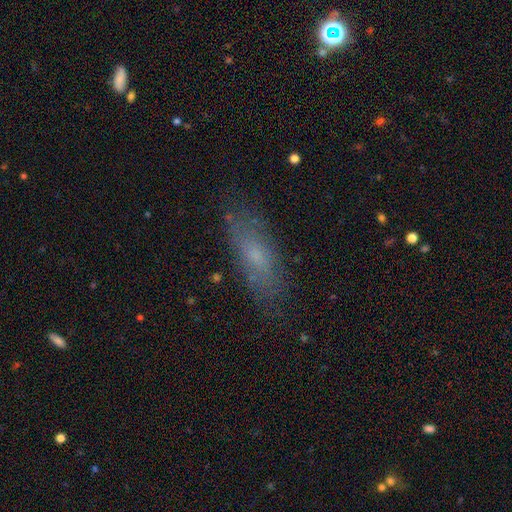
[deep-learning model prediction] The model was most divided on "how rounded": in between: 55%, cigar-shaped: 42%, round: 3%. More confident: merging — none (79%); smooth or featured — smooth (57%).